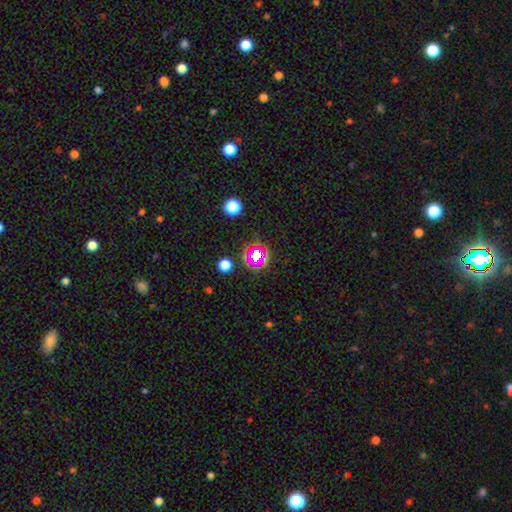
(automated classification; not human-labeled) This appears to be a star or artifact, not a galaxy (60%).